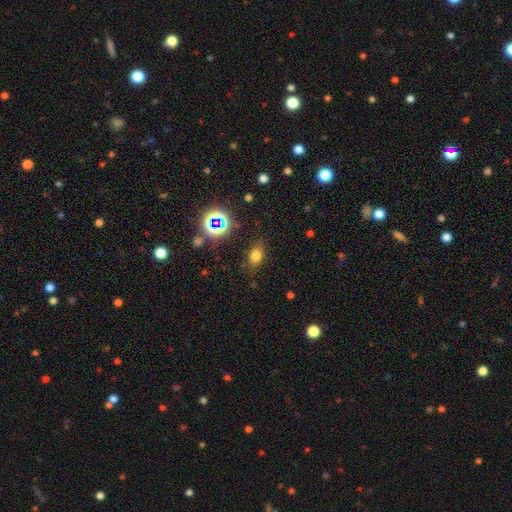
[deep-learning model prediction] This is likely a smooth galaxy (69%). How rounded: likely in between (72%). Merging: likely none (79%).